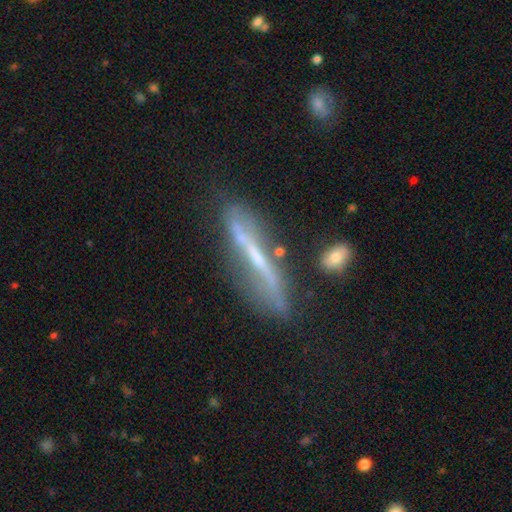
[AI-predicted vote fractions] The model was most divided on "edge-on disk": yes: 68%, no: 32%. More confident: smooth or featured — featured or disk (69%); merging — none (60%).